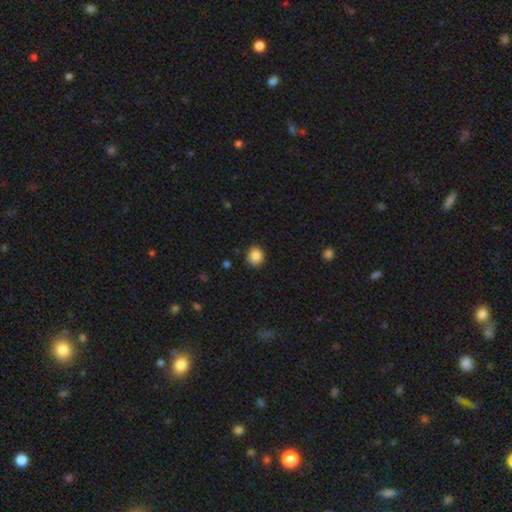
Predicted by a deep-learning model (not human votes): The model was most divided on "how rounded": round: 86%, in between: 13%, cigar-shaped: 1%. More confident: merging — none (87%); smooth or featured — smooth (86%).